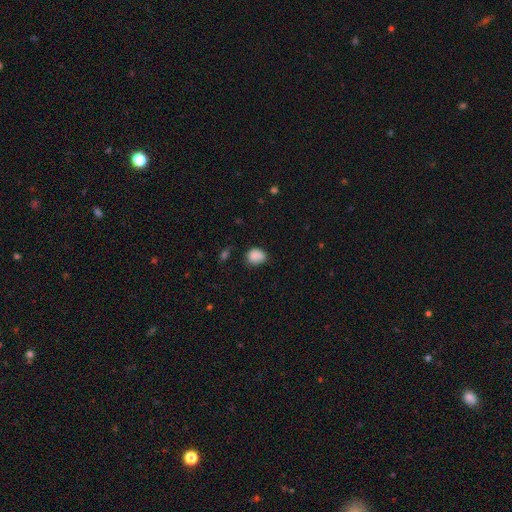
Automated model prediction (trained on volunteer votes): Morphology: type=smooth (85%); roundness=round (53%); merging=none (59%).